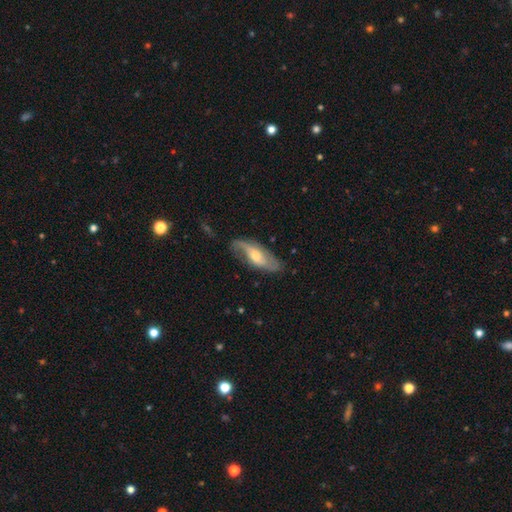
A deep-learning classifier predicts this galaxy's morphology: A featured or disk galaxy (72%) with no bar (47%), 2 (80%) loose (48%) spiral arms (88%) and a moderate central bulge (63%).

Vote fractions:
- Smooth or featured? featured or disk: 72% / smooth: 22% / star or artifact: 6%
- Edge-on disk? no: 84% / yes: 16%
- Bar? no: 47% / weak: 38% / strong: 15%
- Spiral arms? yes: 88% / no: 12%
- Spiral winding? loose: 48% / medium: 35% / tight: 17%
- Spiral arm count? 2: 80% / can't tell: 10% / 1: 6% / 3: 1% / 4: 1% / more than 4: 1%
- Bulge size? moderate: 63% / small: 29% / large: 6% / none: 2% / dominant: 1%
- Merging? none: 70% / minor disturbance: 21% / major disturbance: 7% / merger: 2%